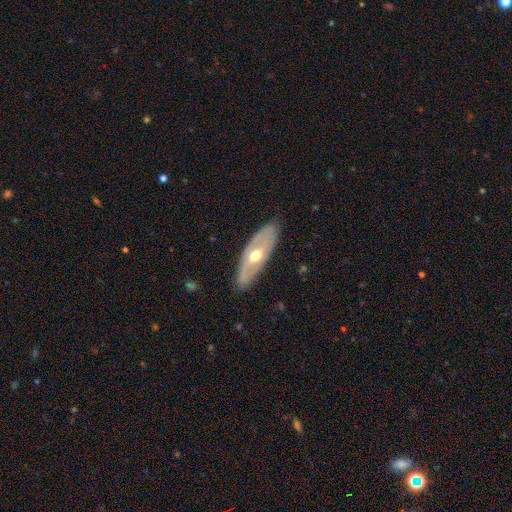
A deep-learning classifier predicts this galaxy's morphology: Overall: featured or disk (64%; smooth 31%). Edge-on disk: no (70%). Merging: none (83%).